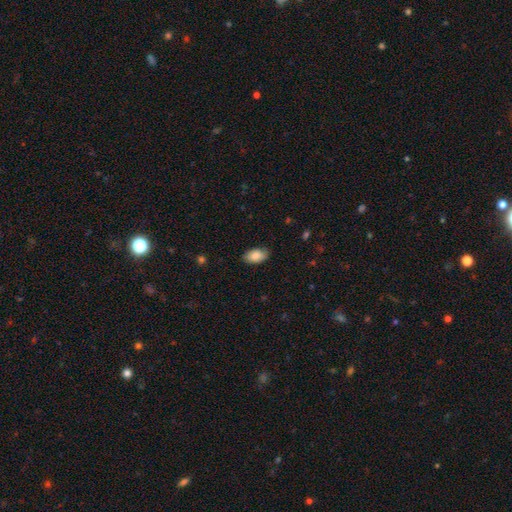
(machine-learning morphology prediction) Smooth or featured?
  - smooth: 87% *
  - featured or disk: 7%
  - star or artifact: 7%
How rounded?
  - in between: 94% *
  - round: 4%
  - cigar-shaped: 2%
Merging?
  - none: 83% *
  - minor disturbance: 13%
  - major disturbance: 3%
  - merger: 1%